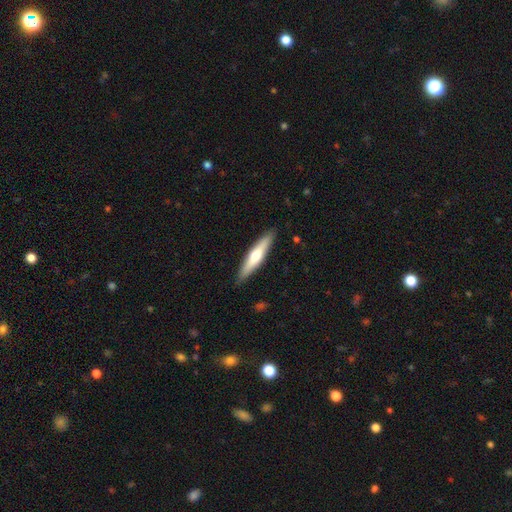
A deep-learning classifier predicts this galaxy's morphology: A smooth galaxy with no disk features (49%).

Vote fractions:
- Smooth or featured? smooth: 49% / featured or disk: 46% / star or artifact: 5%
- Merging? none: 89% / minor disturbance: 8% / major disturbance: 2% / merger: 1%